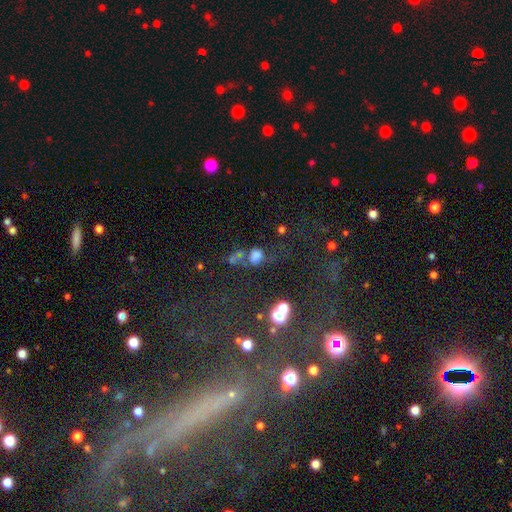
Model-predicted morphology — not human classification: Smooth or featured?
  - smooth: 58% *
  - star or artifact: 25%
  - featured or disk: 17%
How rounded?
  - in between: 52% *
  - round: 46%
  - cigar-shaped: 2%
Merging?
  - none: 33% *
  - major disturbance: 26%
  - merger: 24%
  - minor disturbance: 18%